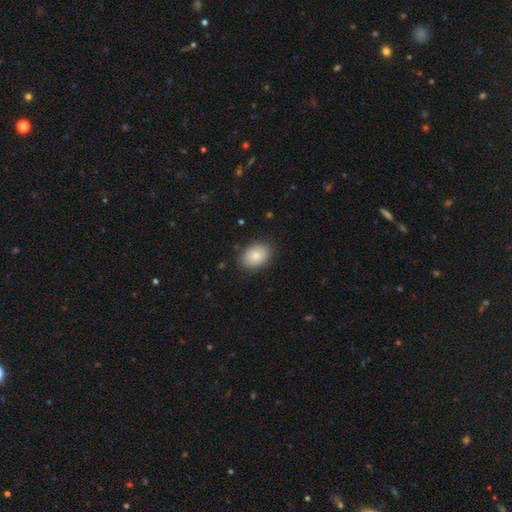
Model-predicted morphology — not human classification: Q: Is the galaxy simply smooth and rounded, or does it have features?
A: smooth — 84%.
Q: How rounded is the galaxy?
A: in between — 79%.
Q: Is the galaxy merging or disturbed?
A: none — 87%.